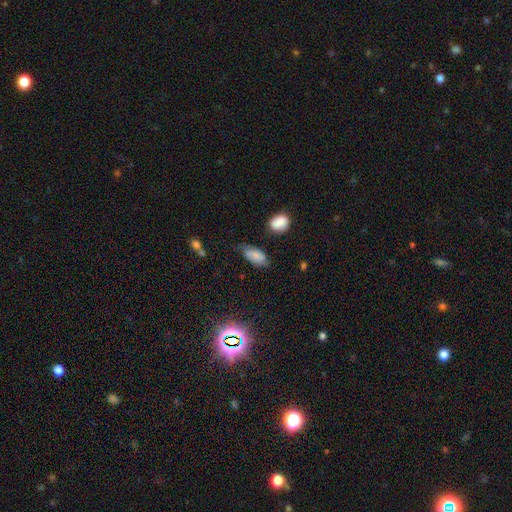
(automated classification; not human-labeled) Overall: smooth (79%). How rounded: in between (89%). Merging: none (57%; minor disturbance 32%).